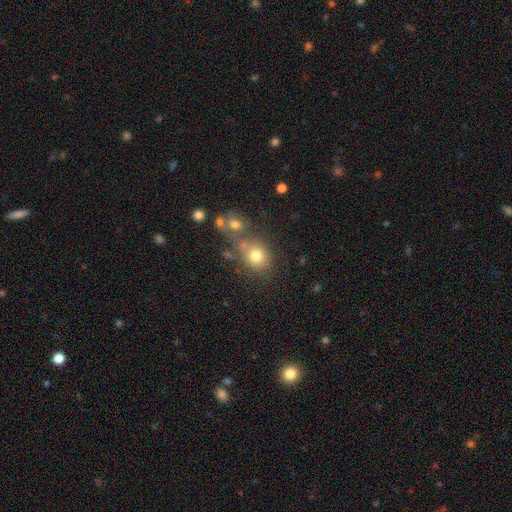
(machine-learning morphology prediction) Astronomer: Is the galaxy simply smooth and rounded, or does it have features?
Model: smooth — 75%.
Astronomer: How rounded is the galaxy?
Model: round — 74%.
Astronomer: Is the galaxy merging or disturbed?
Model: none — 57%.